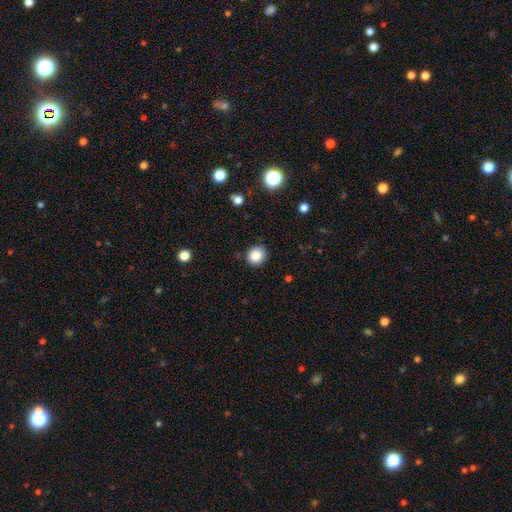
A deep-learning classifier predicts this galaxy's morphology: smooth-or-featured: smooth: 85% | star or artifact: 11% | featured or disk: 4%
  how-rounded: round: 89% | in between: 10% | cigar-shaped: 1%
  merging: none: 89% | minor disturbance: 8% | major disturbance: 2% | merger: 1%